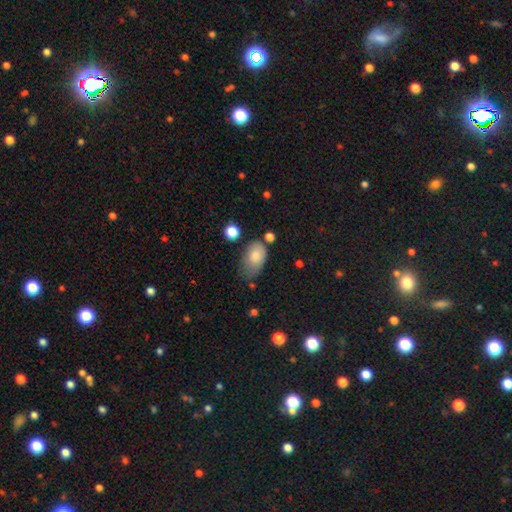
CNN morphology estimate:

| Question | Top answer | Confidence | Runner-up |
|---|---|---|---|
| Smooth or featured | smooth | 80% | featured or disk (12%) |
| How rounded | in between | 90% | round (9%) |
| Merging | minor disturbance | 41% | none (36%) |